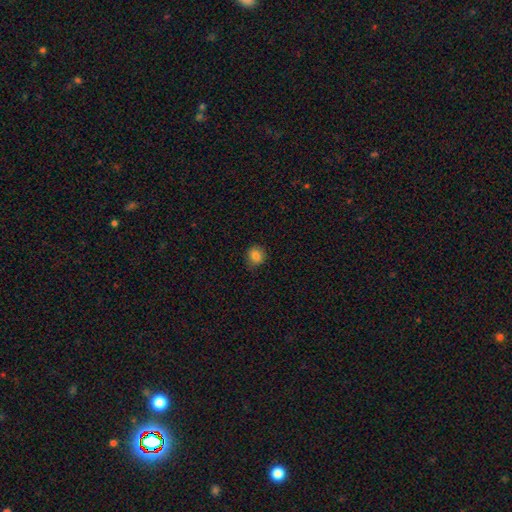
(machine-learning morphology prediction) This is clearly a smooth galaxy (83%). How rounded: clearly round (82%). Merging: clearly none (83%).